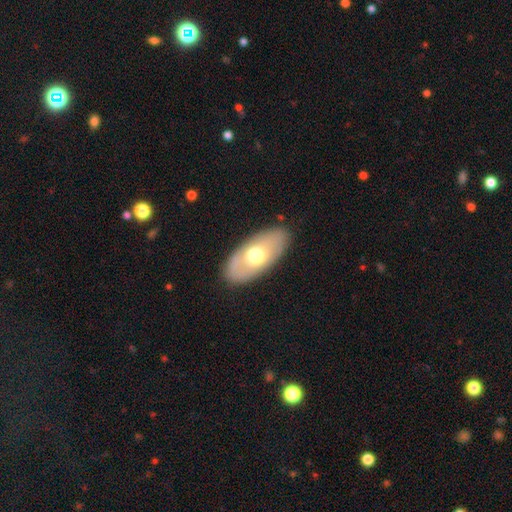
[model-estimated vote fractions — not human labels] smooth 56%, featured or disk 38%, star or artifact 6%. Down the decision tree: how rounded — in between (91%); merging — none (85%).